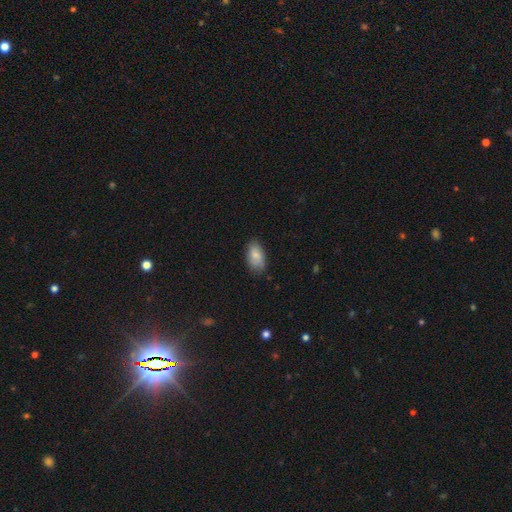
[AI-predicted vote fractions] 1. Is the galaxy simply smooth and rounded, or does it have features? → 81% smooth, 12% featured or disk, 7% star or artifact.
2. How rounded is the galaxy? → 93% in between, 4% round, 3% cigar-shaped.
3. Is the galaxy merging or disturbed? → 76% none, 19% minor disturbance, 3% major disturbance, 1% merger.